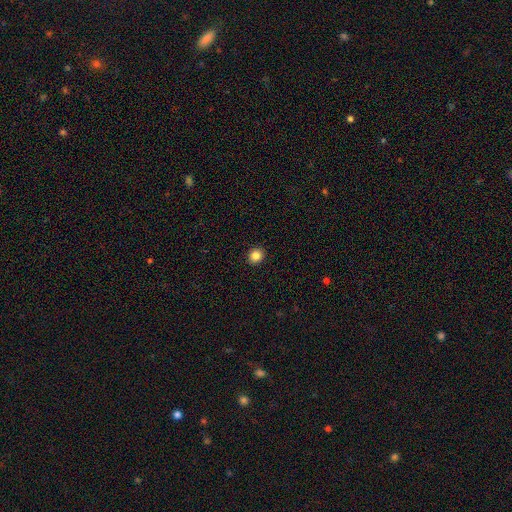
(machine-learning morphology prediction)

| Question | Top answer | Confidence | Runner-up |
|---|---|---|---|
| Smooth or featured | smooth | 85% | star or artifact (11%) |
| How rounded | round | 79% | in between (20%) |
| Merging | none | 93% | minor disturbance (5%) |